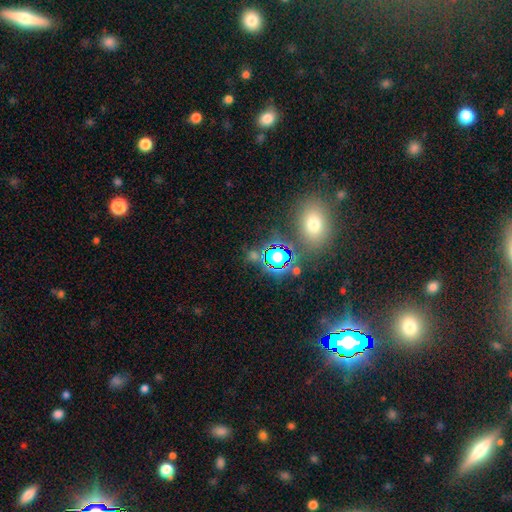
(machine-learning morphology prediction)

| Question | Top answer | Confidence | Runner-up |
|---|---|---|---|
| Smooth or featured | star or artifact | 67% | smooth (23%) |